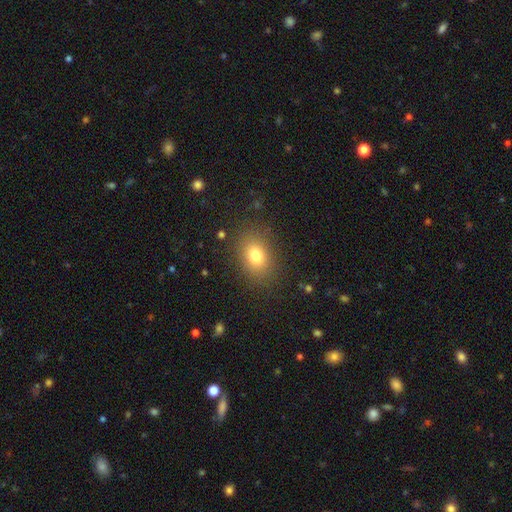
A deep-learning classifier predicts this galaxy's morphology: A smooth galaxy with no disk features (78%) that is in between round and cigar-shaped (69%). Merging: none (84%).